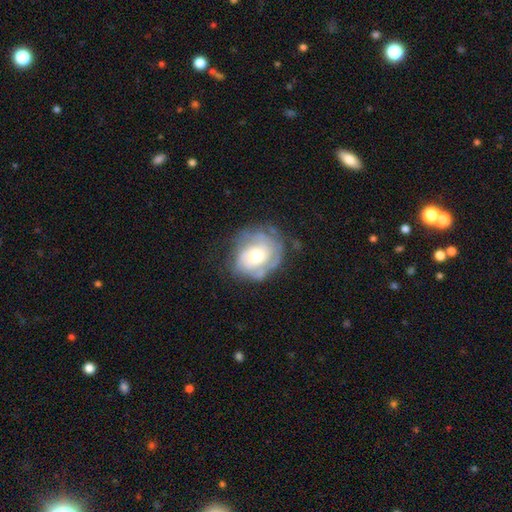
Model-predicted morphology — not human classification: Smooth or featured? featured or disk (69%)
Edge-on disk? no (97%)
Bar? no (76%)
Spiral arms? yes (78%)
Spiral winding? tight (61%)
Spiral arm count? can't tell (48%)
Bulge size? moderate (63%)
Merging? none (60%)